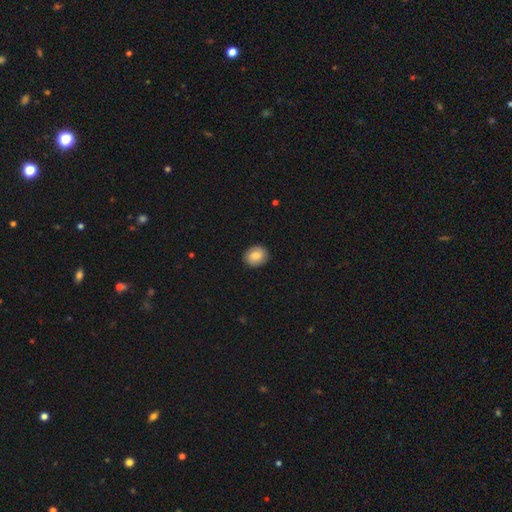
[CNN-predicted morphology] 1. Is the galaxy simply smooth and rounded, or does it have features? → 83% smooth, 9% featured or disk, 8% star or artifact.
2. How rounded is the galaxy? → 68% round, 31% in between, 1% cigar-shaped.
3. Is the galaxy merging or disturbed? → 90% none, 7% minor disturbance, 2% major disturbance, 1% merger.